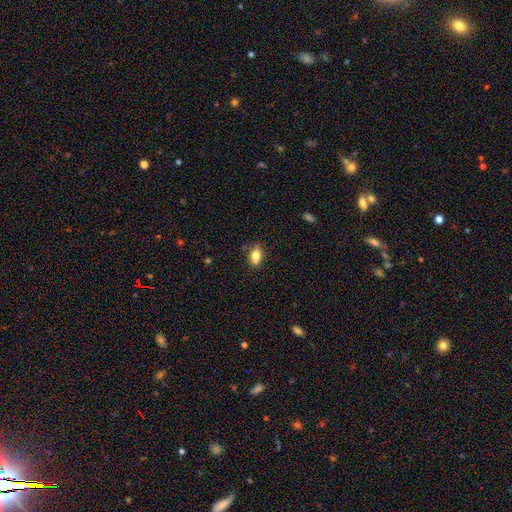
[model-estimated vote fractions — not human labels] Overall: smooth (81%). How rounded: in between (86%). Merging: none (80%).